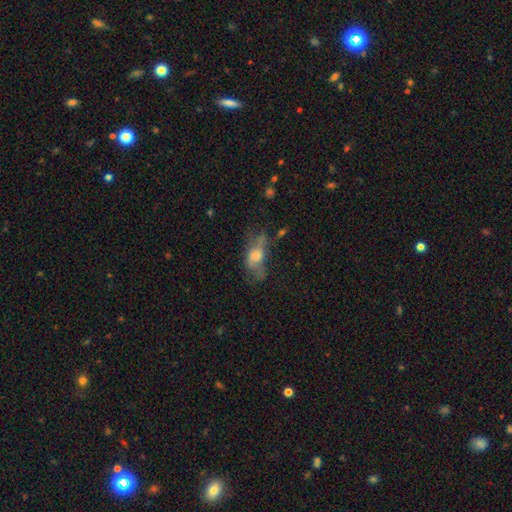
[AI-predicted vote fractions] smooth-or-featured: smooth: 48% | featured or disk: 40% | star or artifact: 13%
  merging: none: 37% | major disturbance: 32% | minor disturbance: 25% | merger: 6%